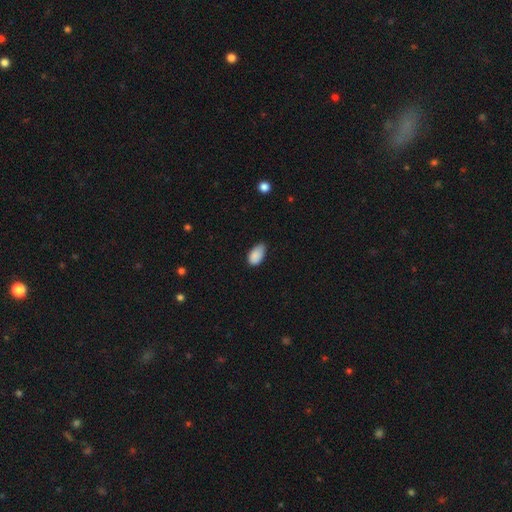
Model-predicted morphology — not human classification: A smooth galaxy with no disk features (87%) that is in between round and cigar-shaped (93%). Merging: none (51%).